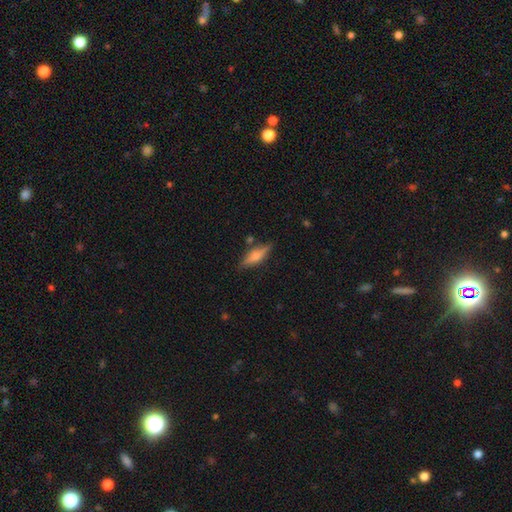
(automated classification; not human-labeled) Smooth or featured: smooth — 48% (featured or disk — 45%)
Merging: none — 78% (minor disturbance — 15%)